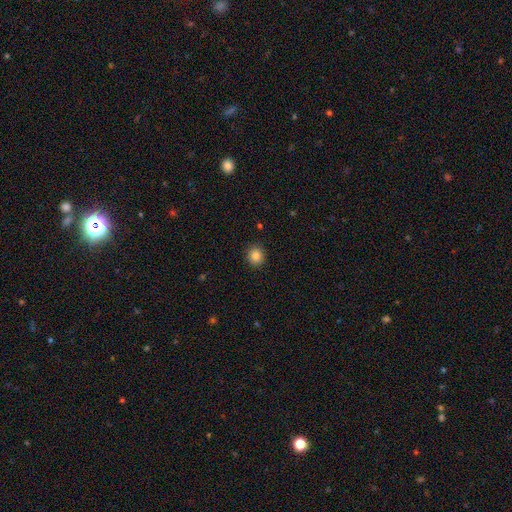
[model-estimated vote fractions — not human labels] This is clearly a smooth galaxy (84%). How rounded: clearly round (89%). Merging: clearly none (91%).